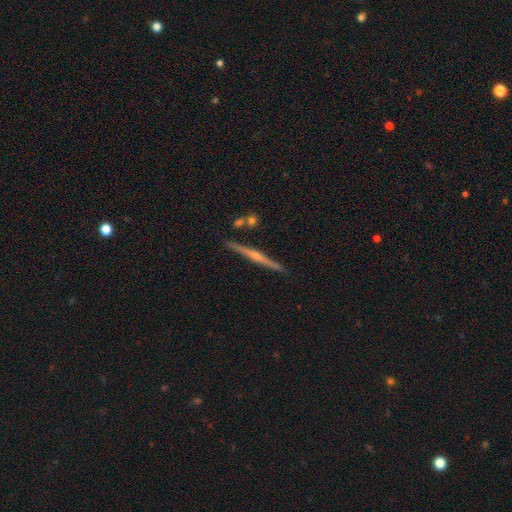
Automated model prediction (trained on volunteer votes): Smooth or featured?
  - featured or disk: 78% *
  - smooth: 15%
  - star or artifact: 6%
Edge-on disk?
  - yes: 98% *
  - no: 2%
Edge-on bulge?
  - rounded: 81% *
  - none: 14%
  - boxy: 6%
Merging?
  - none: 89% *
  - minor disturbance: 6%
  - merger: 3%
  - major disturbance: 1%